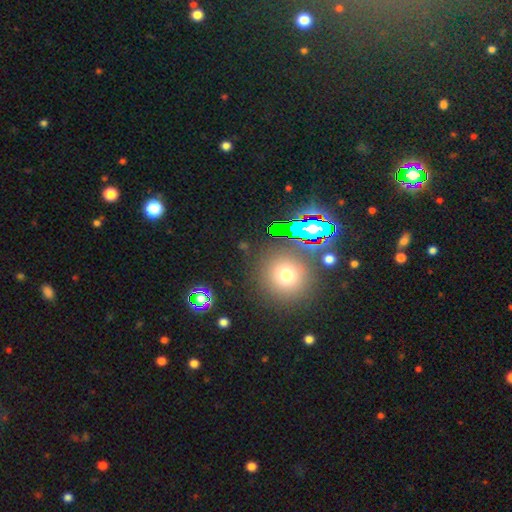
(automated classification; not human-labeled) Q: Smooth or featured?
A: star or artifact (55%); runner-up: smooth (36%)